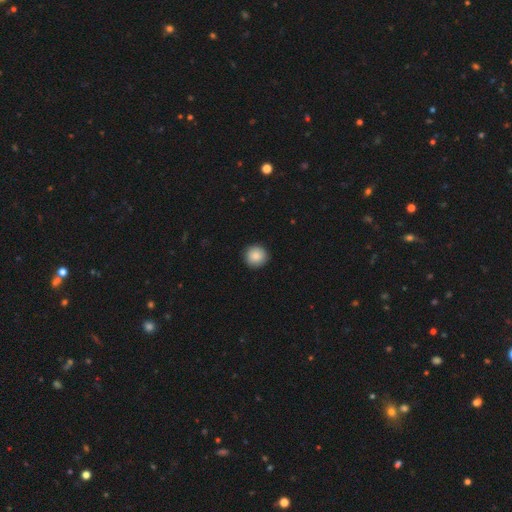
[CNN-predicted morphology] Smooth or featured?
  - smooth: 87% *
  - star or artifact: 8%
  - featured or disk: 5%
How rounded?
  - round: 95% *
  - in between: 4%
  - cigar-shaped: 1%
Merging?
  - none: 91% *
  - minor disturbance: 6%
  - major disturbance: 2%
  - merger: 1%